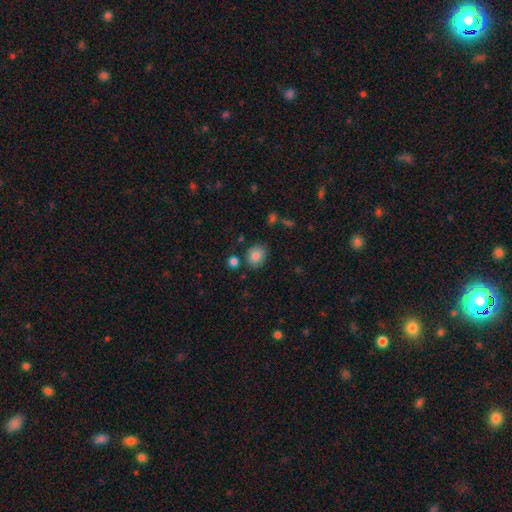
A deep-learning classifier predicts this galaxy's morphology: Smooth or featured?
  - smooth: 85% *
  - star or artifact: 9%
  - featured or disk: 5%
How rounded?
  - round: 59% *
  - in between: 40%
  - cigar-shaped: 1%
Merging?
  - none: 79% *
  - minor disturbance: 12%
  - merger: 5%
  - major disturbance: 3%